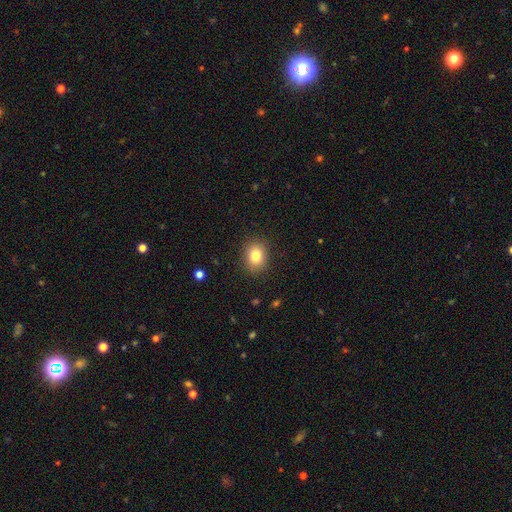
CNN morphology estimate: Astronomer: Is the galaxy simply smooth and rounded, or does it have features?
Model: smooth — 81%.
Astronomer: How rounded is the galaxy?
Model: round — 55% (runner-up: in between, 45%).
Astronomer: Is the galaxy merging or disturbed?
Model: none — 89%.